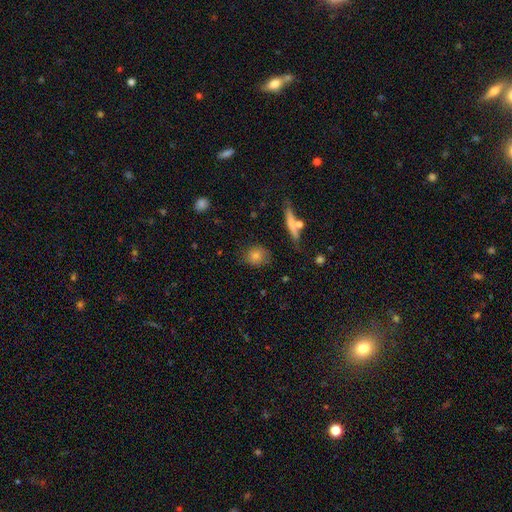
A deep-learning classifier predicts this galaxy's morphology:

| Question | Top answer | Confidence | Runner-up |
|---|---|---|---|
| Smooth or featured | smooth | 74% | featured or disk (15%) |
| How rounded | round | 73% | in between (23%) |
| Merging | none | 79% | minor disturbance (14%) |